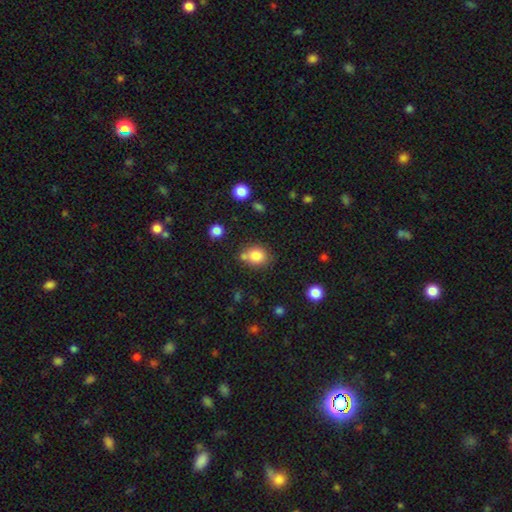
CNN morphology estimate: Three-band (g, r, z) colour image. It shows a smooth galaxy with no disk features (82%) that is round (69%). Merging: none (63%).